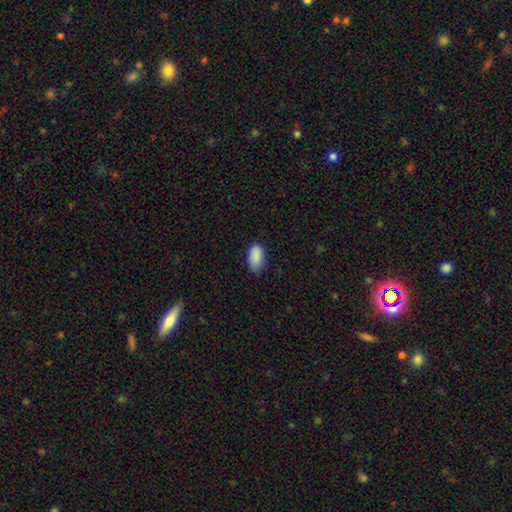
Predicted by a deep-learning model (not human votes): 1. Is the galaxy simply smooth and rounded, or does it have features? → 89% smooth, 7% star or artifact, 4% featured or disk.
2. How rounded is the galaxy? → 94% in between, 5% round, 2% cigar-shaped.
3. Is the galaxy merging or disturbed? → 71% none, 25% minor disturbance, 4% major disturbance, 1% merger.